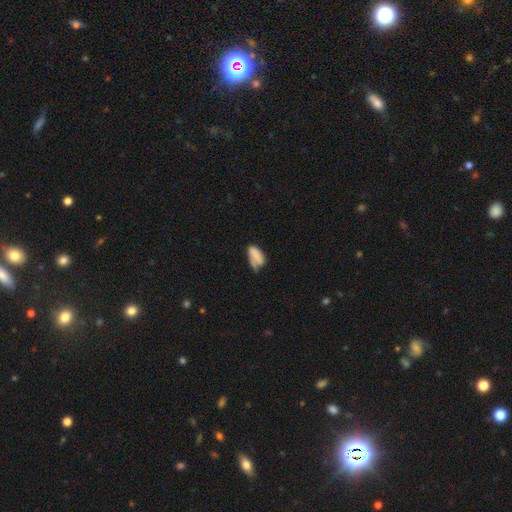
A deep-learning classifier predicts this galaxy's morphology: Overall: smooth (76%). How rounded: in between (90%). Merging: none (37%, tied with minor disturbance).